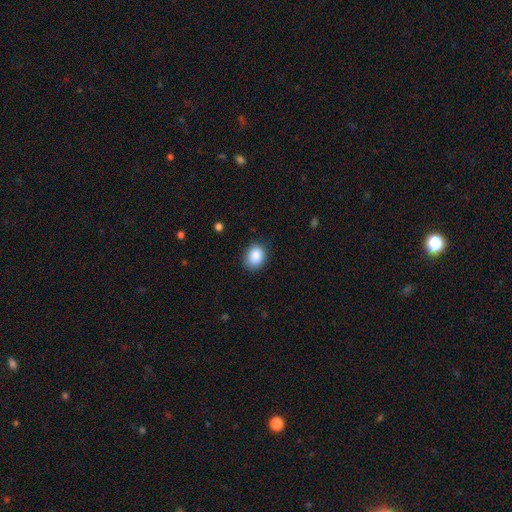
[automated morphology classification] Q: Smooth or featured?
A: smooth (88%); runner-up: star or artifact (8%)
Q: How rounded?
A: in between (55%); runner-up: round (44%)
Q: Merging?
A: none (83%); runner-up: minor disturbance (13%)